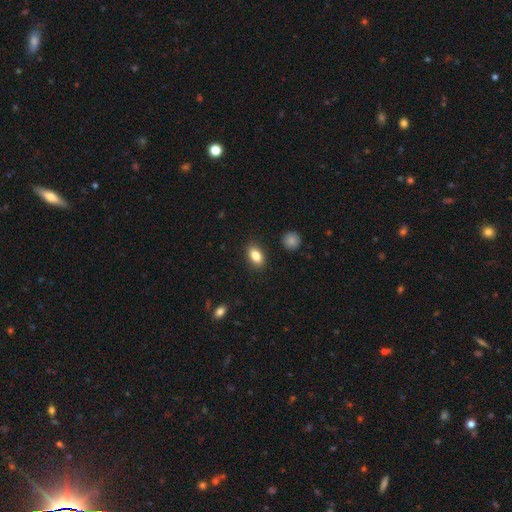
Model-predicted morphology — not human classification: The model was most divided on "how rounded": in between: 86%, round: 10%, cigar-shaped: 3%. More confident: merging — none (88%); smooth or featured — smooth (84%).